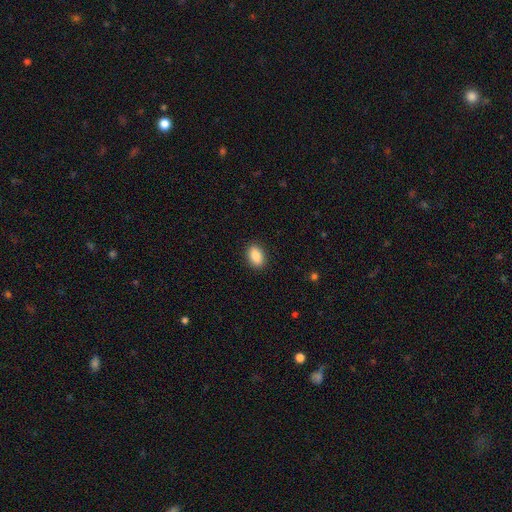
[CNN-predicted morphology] smooth_or_featured: smooth (p=0.88) [alt: star or artifact p=0.07]
how_rounded: in between (p=0.88) [alt: round p=0.10]
merging: none (p=0.89) [alt: minor disturbance p=0.08]